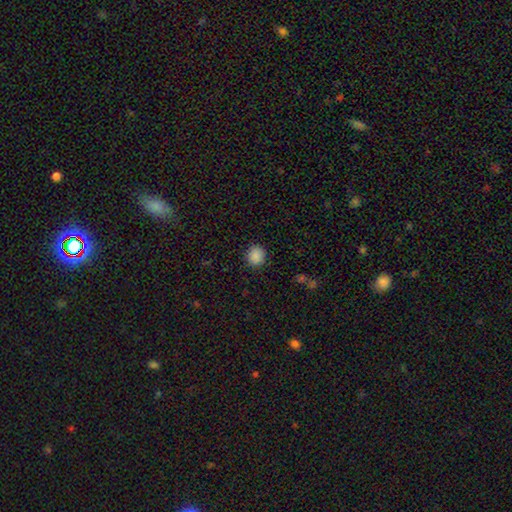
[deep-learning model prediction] Smooth or featured? Predicted: smooth (p=0.87). How rounded? Predicted: round (p=0.86). Merging? Predicted: none (p=0.89).